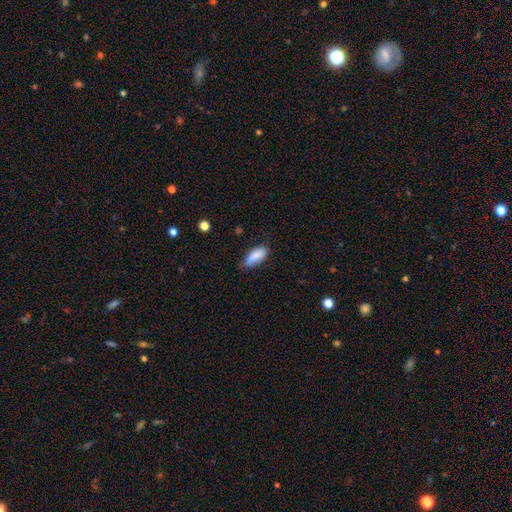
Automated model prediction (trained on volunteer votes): This appears to be a smooth galaxy with no disk features (85%) that is in between round and cigar-shaped (83%). Merging: none (63%).